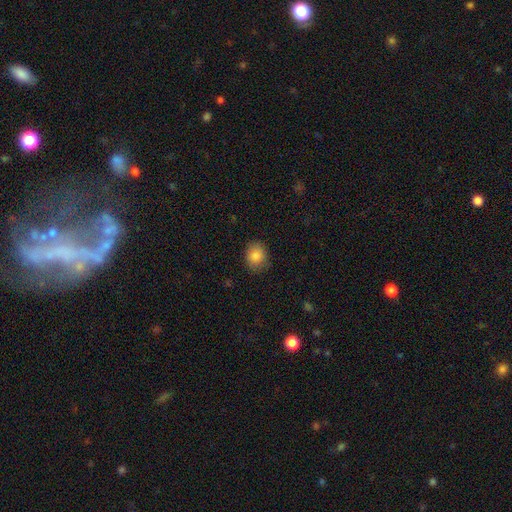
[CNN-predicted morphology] smooth_or_featured: smooth (p=0.86) [alt: star or artifact p=0.08]
how_rounded: round (p=0.61) [alt: in between p=0.39]
merging: none (p=0.82) [alt: minor disturbance p=0.14]